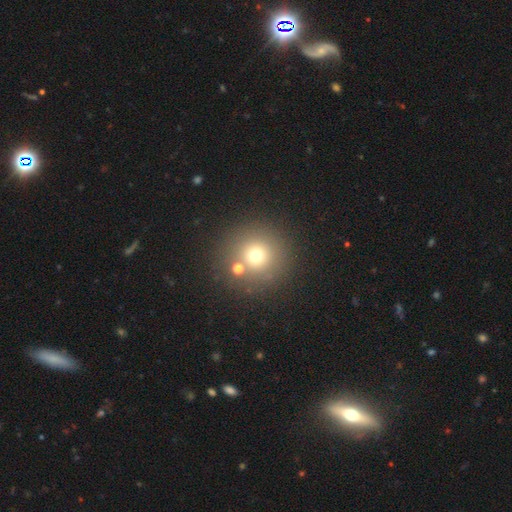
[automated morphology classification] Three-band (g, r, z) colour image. It shows a smooth galaxy with no disk features (68%) that is round (94%). Merging: none (76%).